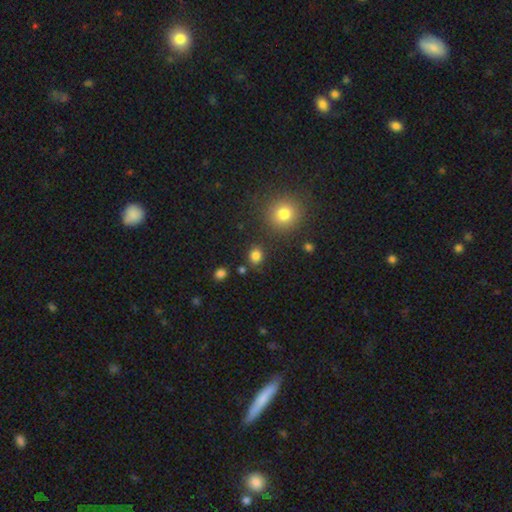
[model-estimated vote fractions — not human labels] Smooth or featured?
  - smooth: 83% *
  - star or artifact: 13%
  - featured or disk: 5%
How rounded?
  - round: 63% *
  - in between: 36%
  - cigar-shaped: 1%
Merging?
  - none: 84% *
  - minor disturbance: 9%
  - merger: 4%
  - major disturbance: 3%